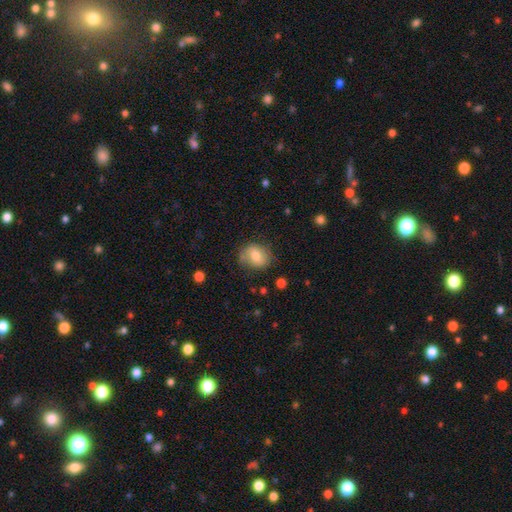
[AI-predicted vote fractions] A smooth galaxy with no disk features (73%) that is round (50%).

Vote fractions:
- Smooth or featured? smooth: 73% / featured or disk: 19% / star or artifact: 8%
- How rounded? round: 50% / in between: 49% / cigar-shaped: 1%
- Merging? none: 73% / minor disturbance: 20% / major disturbance: 6% / merger: 2%